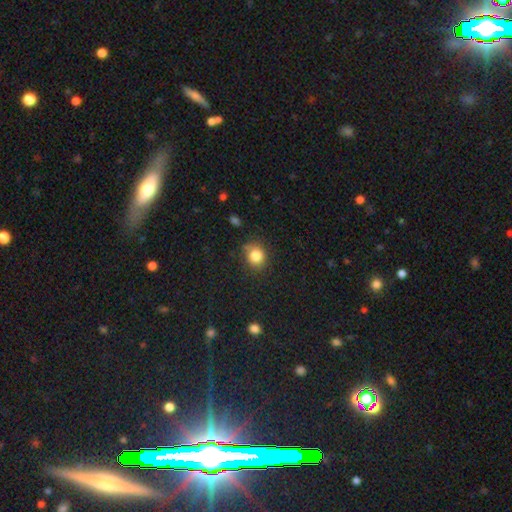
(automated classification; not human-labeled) The model was most divided on "how rounded": round: 76%, in between: 23%, cigar-shaped: 1%. More confident: smooth or featured — smooth (83%); merging — none (76%).